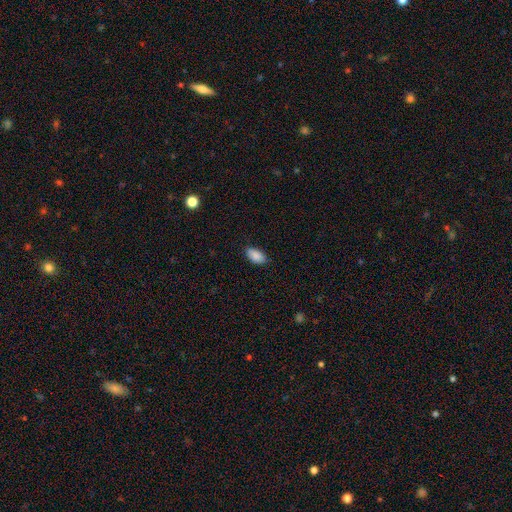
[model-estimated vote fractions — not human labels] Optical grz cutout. It shows a smooth galaxy with no disk features (89%) that is in between round and cigar-shaped (94%). Merging: none (85%).